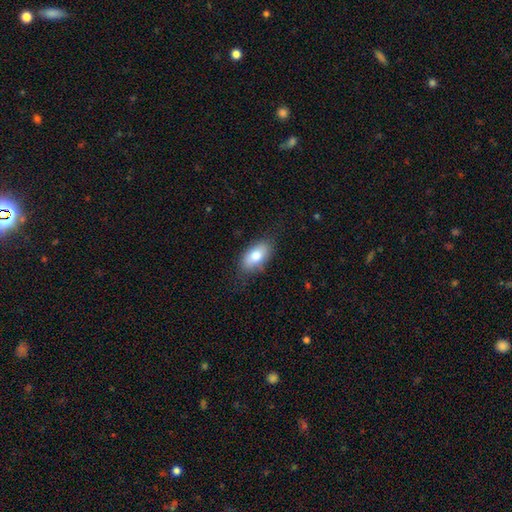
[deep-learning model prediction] Smooth or featured?
  - smooth: 80% *
  - featured or disk: 13%
  - star or artifact: 7%
How rounded?
  - in between: 92% *
  - cigar-shaped: 4%
  - round: 4%
Merging?
  - none: 78% *
  - minor disturbance: 17%
  - major disturbance: 4%
  - merger: 1%